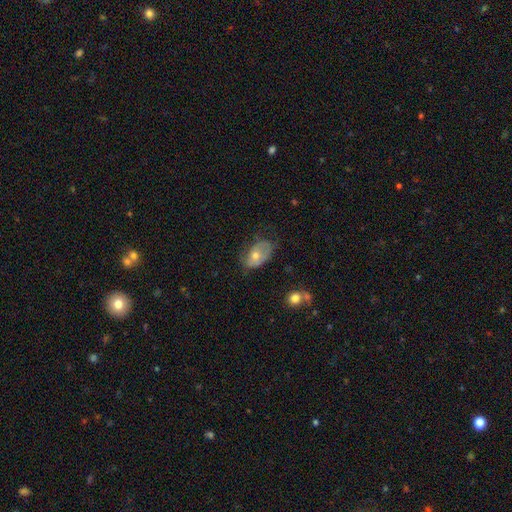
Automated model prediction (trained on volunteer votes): smooth_or_featured: smooth (p=0.53) [alt: featured or disk p=0.38]
how_rounded: in between (p=0.87) [alt: round p=0.11]
merging: none (p=0.49) [alt: minor disturbance p=0.34]